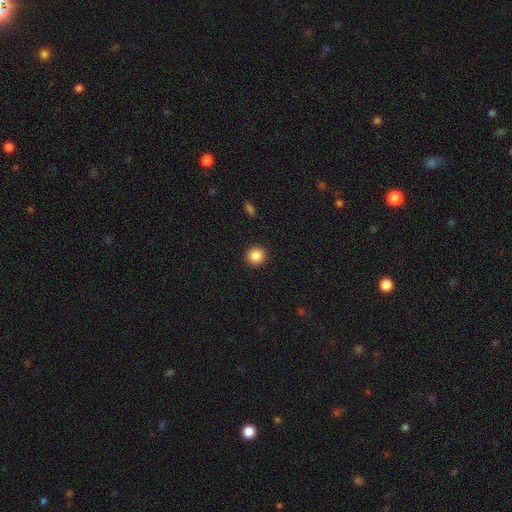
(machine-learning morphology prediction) smooth_or_featured: smooth (p=0.86) [alt: star or artifact p=0.10]
how_rounded: round (p=0.94) [alt: in between p=0.05]
merging: none (p=0.93) [alt: minor disturbance p=0.05]